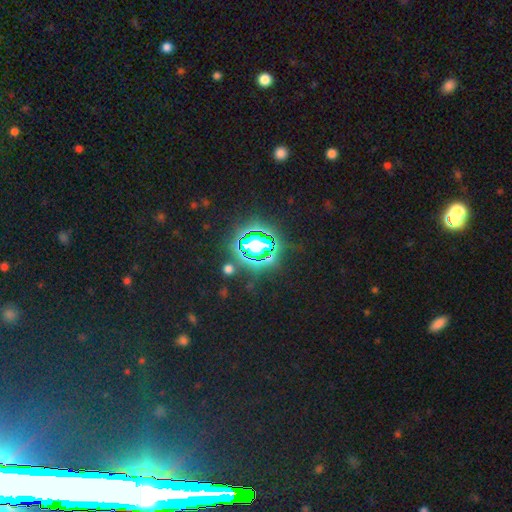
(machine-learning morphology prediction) The model was most divided on "smooth or featured": star or artifact: 78%, smooth: 15%, featured or disk: 8%.